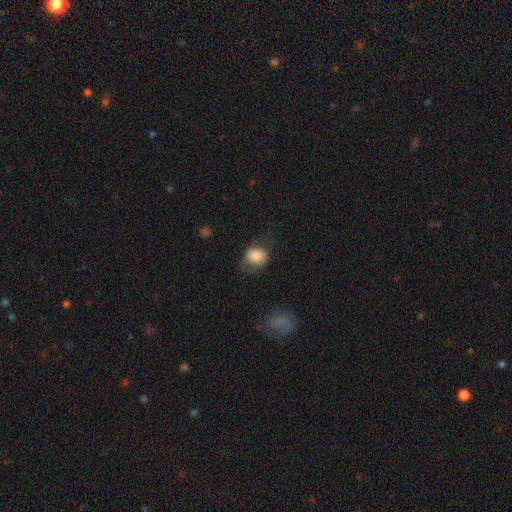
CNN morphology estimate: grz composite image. It shows a smooth galaxy with no disk features (78%) that is round (54%). Merging: none (55%).